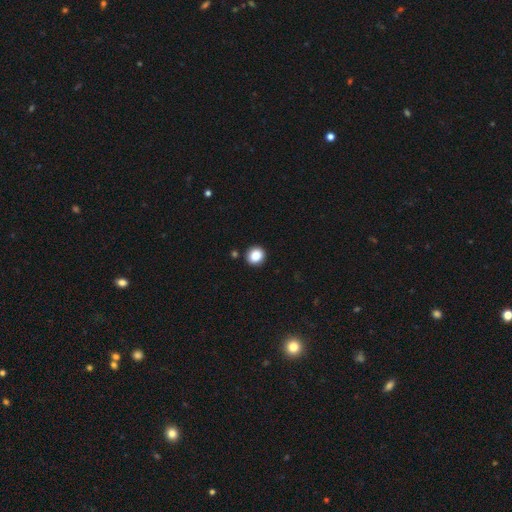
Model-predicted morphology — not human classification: Smooth or featured?
  - smooth: 87% *
  - star or artifact: 9%
  - featured or disk: 3%
How rounded?
  - round: 81% *
  - in between: 18%
  - cigar-shaped: 1%
Merging?
  - none: 89% *
  - minor disturbance: 7%
  - merger: 2%
  - major disturbance: 2%